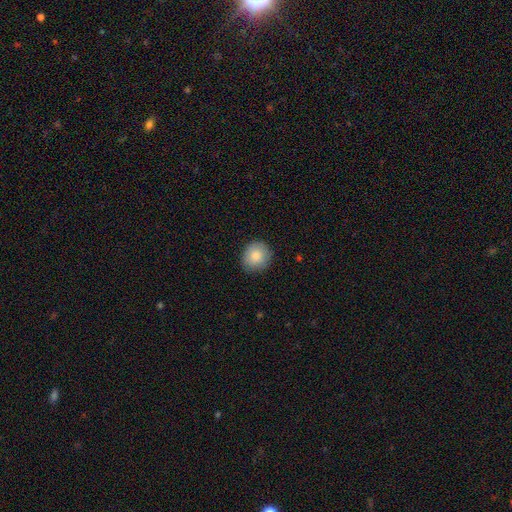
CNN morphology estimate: smooth-or-featured: smooth: 85% | featured or disk: 8% | star or artifact: 8%
  how-rounded: round: 84% | in between: 15% | cigar-shaped: 1%
  merging: none: 88% | minor disturbance: 9% | major disturbance: 2% | merger: 1%